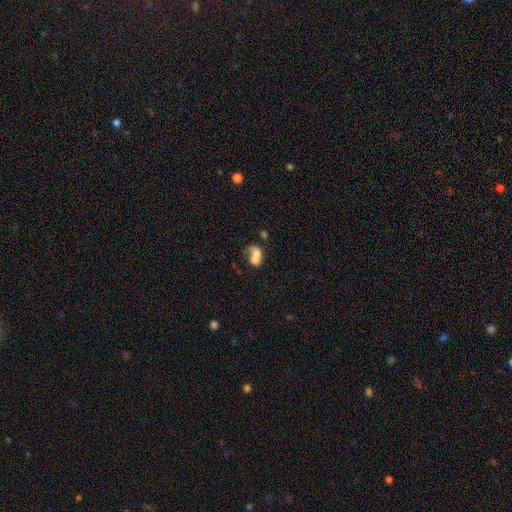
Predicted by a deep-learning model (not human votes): smooth 65%, featured or disk 24%, star or artifact 11%. Down the decision tree: how rounded — in between (81%); merging — merger (47%).